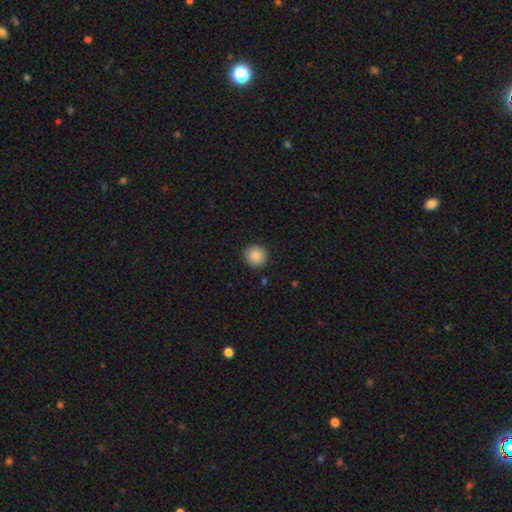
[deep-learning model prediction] Smooth or featured?
  - smooth: 87% *
  - star or artifact: 9%
  - featured or disk: 4%
How rounded?
  - round: 91% *
  - in between: 8%
  - cigar-shaped: 1%
Merging?
  - none: 91% *
  - minor disturbance: 6%
  - major disturbance: 2%
  - merger: 1%